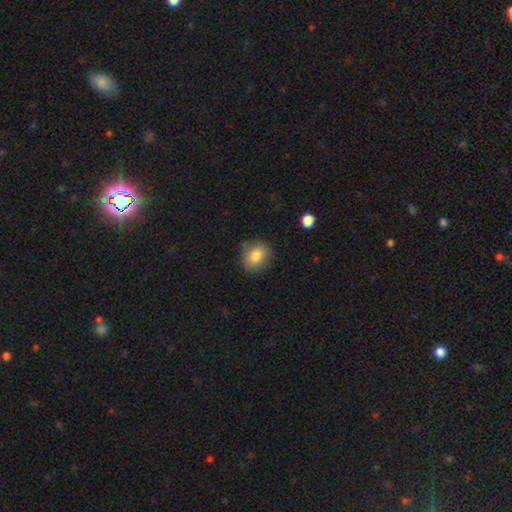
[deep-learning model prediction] A smooth galaxy with no disk features (82%) that is round (66%).

Vote fractions:
- Smooth or featured? smooth: 82% / featured or disk: 9% / star or artifact: 9%
- How rounded? round: 66% / in between: 33% / cigar-shaped: 1%
- Merging? none: 81% / minor disturbance: 14% / major disturbance: 3% / merger: 2%